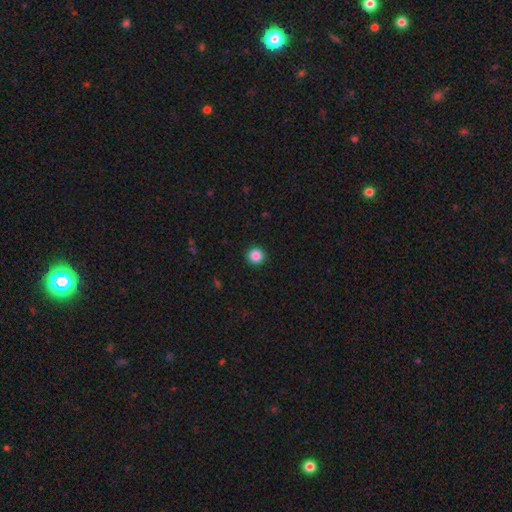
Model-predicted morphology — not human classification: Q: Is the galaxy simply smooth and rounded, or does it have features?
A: smooth — 87%.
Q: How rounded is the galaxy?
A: round — 95%.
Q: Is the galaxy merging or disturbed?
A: none — 93%.